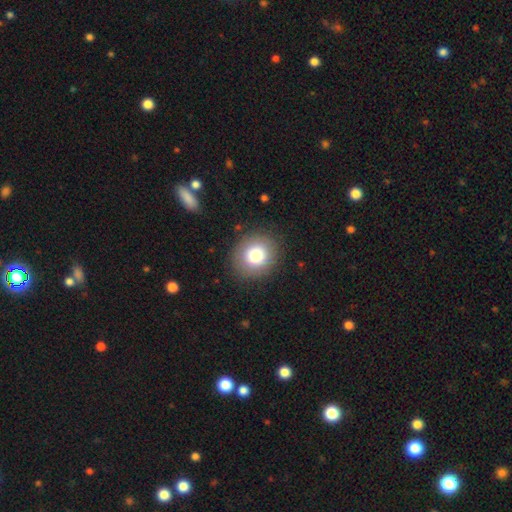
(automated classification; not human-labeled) Smooth or featured: smooth — 80% (star or artifact — 10%)
How rounded: round — 85% (in between — 14%)
Merging: none — 88% (minor disturbance — 8%)